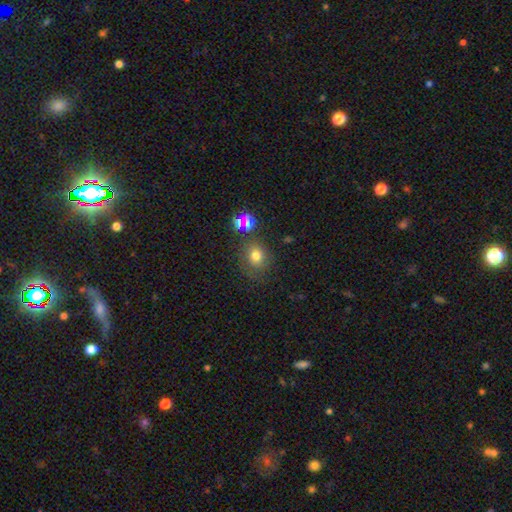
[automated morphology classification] Overall: smooth (71%). How rounded: round (77%). Merging: none (73%).